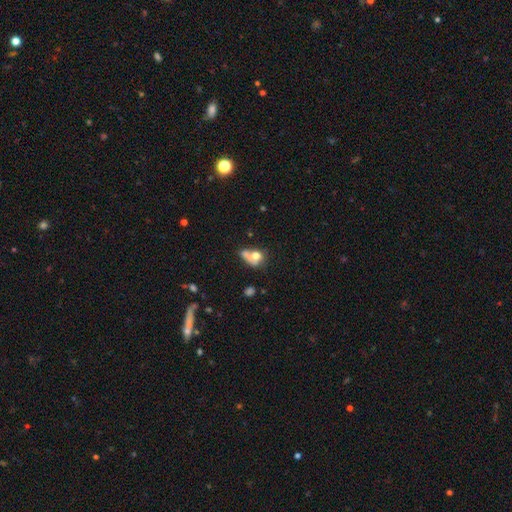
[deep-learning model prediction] Smooth or featured? Predicted: smooth (p=0.63). How rounded? Predicted: in between (p=0.50). Merging? Predicted: merger (p=0.39).